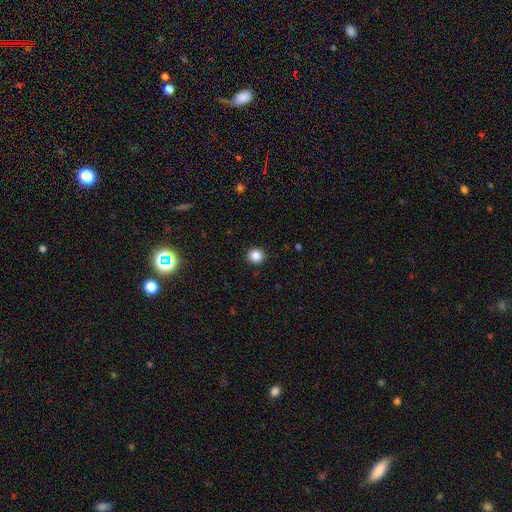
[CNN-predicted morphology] Smooth or featured? smooth (86%)
How rounded? round (91%)
Merging? none (92%)